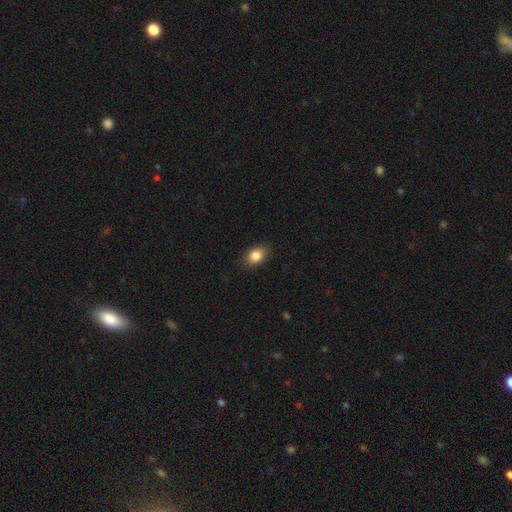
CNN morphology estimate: smooth_or_featured: smooth (p=0.86) [alt: star or artifact p=0.09]
how_rounded: in between (p=0.73) [alt: round p=0.25]
merging: none (p=0.85) [alt: minor disturbance p=0.11]